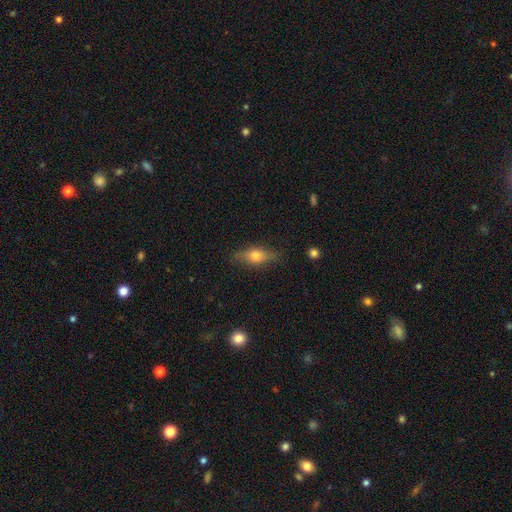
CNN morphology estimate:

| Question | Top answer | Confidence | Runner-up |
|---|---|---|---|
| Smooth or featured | smooth | 51% | featured or disk (41%) |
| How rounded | in between | 59% | cigar-shaped (34%) |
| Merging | none | 82% | minor disturbance (13%) |